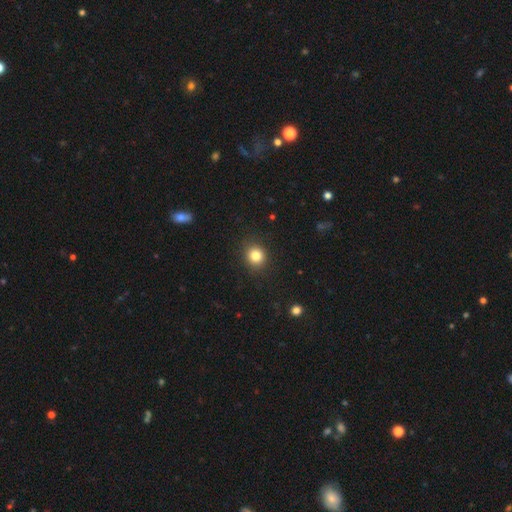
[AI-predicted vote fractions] smooth 82%, star or artifact 12%, featured or disk 6%. Down the decision tree: how rounded — round (84%); merging — none (89%).